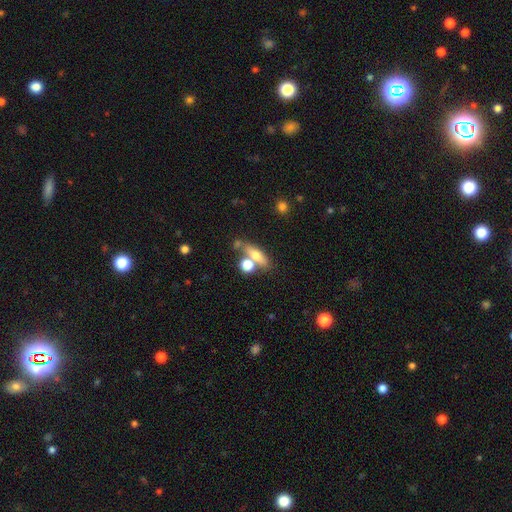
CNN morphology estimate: smooth 60%, featured or disk 30%, star or artifact 10%. Down the decision tree: how rounded — in between (47%); merging — none (53%).